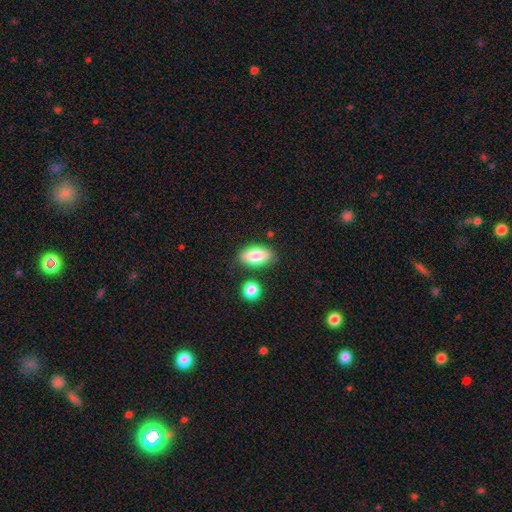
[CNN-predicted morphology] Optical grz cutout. It shows a smooth galaxy with no disk features (82%) that is in between round and cigar-shaped (90%). Merging: none (80%).